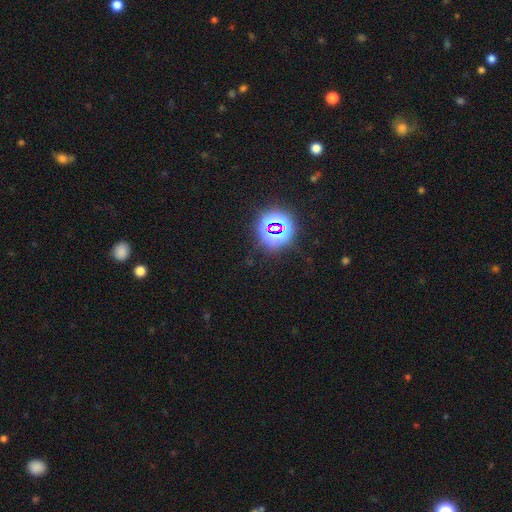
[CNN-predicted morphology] Q: Smooth or featured?
A: star or artifact (80%); runner-up: smooth (14%)